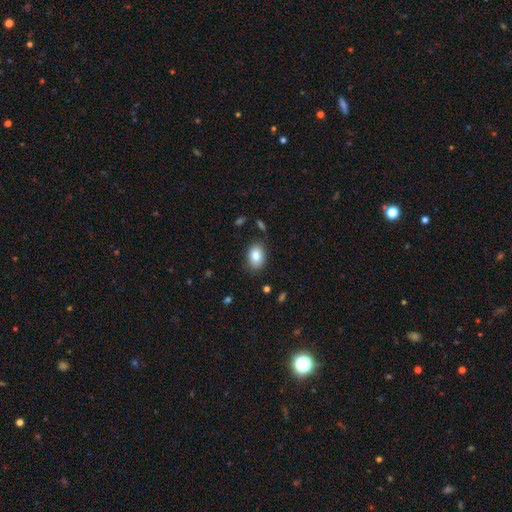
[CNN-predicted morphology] smooth_or_featured: smooth (p=0.84) [alt: featured or disk p=0.08]
how_rounded: in between (p=0.82) [alt: round p=0.17]
merging: none (p=0.83) [alt: minor disturbance p=0.13]